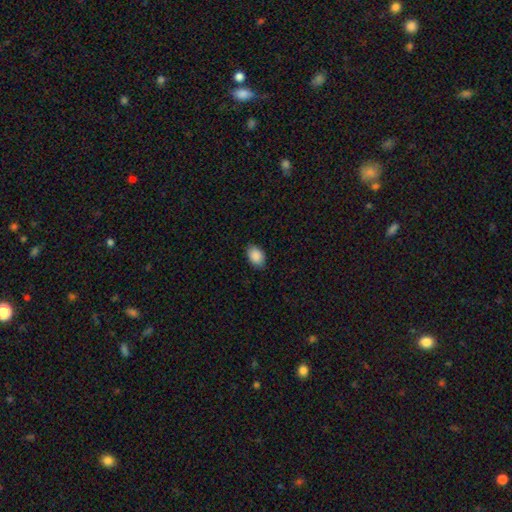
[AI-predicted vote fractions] Q: Smooth or featured?
A: smooth (90%); runner-up: star or artifact (7%)
Q: How rounded?
A: in between (87%); runner-up: round (12%)
Q: Merging?
A: none (86%); runner-up: minor disturbance (11%)